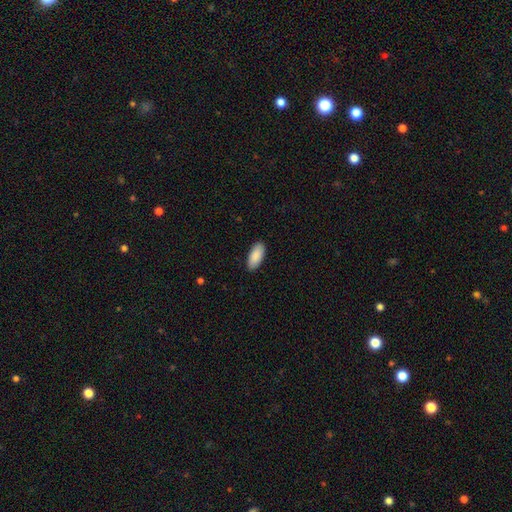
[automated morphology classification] This is clearly a smooth galaxy (90%). How rounded: clearly in between (90%). Merging: clearly none (89%).